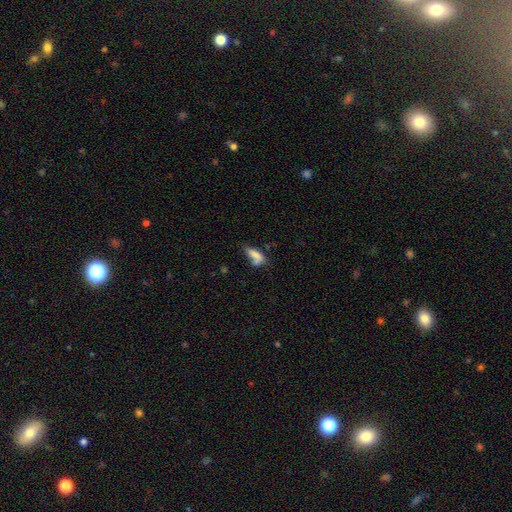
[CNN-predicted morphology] smooth-or-featured: smooth: 73% | featured or disk: 17% | star or artifact: 10%
  how-rounded: in between: 73% | cigar-shaped: 23% | round: 4%
  merging: none: 33% | minor disturbance: 26% | major disturbance: 22% | merger: 20%